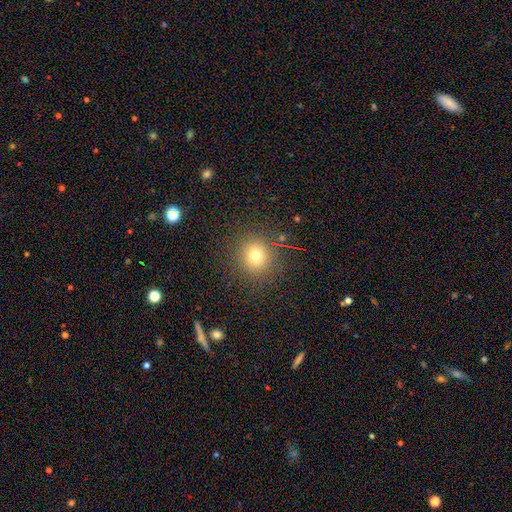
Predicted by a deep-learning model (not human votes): Morphology: type=smooth (73%); roundness=round (89%); merging=none (87%).